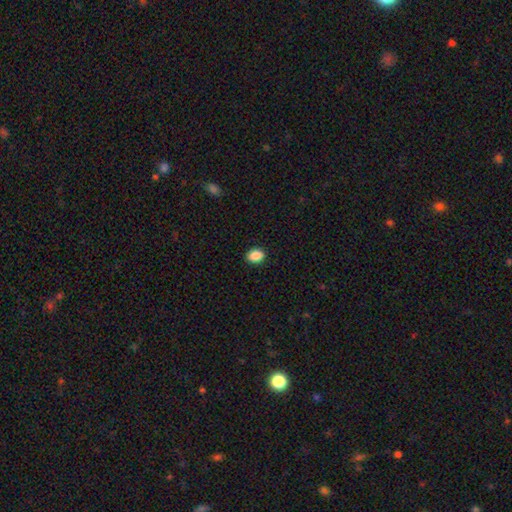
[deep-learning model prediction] This appears to be a smooth galaxy with no disk features (89%) that is in between round and cigar-shaped (66%). Merging: none (90%).